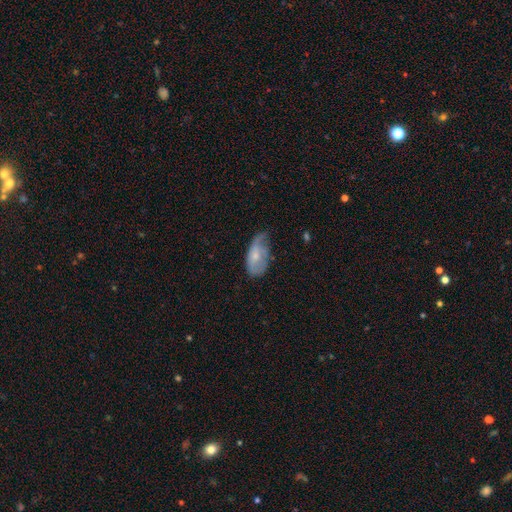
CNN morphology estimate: type=smooth (57%); roundness=in between (92%); merging=minor disturbance (42%).